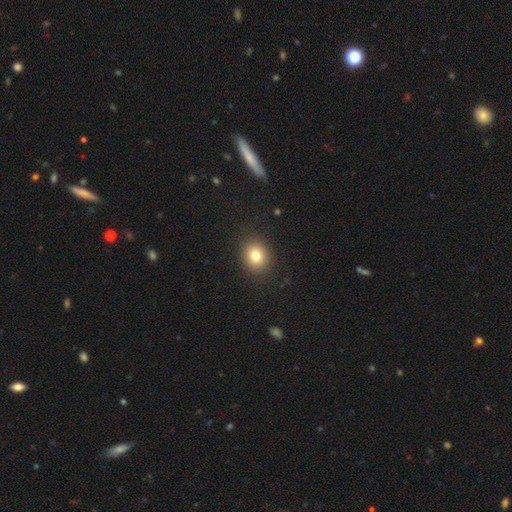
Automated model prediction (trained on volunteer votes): smooth-or-featured: smooth: 81% | star or artifact: 11% | featured or disk: 8%
  how-rounded: round: 64% | in between: 35% | cigar-shaped: 1%
  merging: none: 89% | minor disturbance: 7% | major disturbance: 3% | merger: 1%